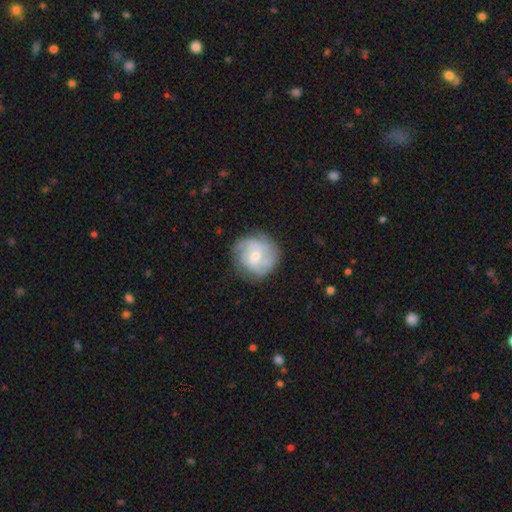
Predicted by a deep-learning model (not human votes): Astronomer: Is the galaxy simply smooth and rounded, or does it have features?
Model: featured or disk — 73%.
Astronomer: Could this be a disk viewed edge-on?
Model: no — 98%.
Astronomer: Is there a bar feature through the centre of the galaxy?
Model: no — 50% (runner-up: weak, 43%).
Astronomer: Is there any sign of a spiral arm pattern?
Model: yes — 92%.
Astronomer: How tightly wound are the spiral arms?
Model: tight — 53% (runner-up: medium, 36%).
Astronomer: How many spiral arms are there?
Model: can't tell — 30% (runner-up: 3, 29%).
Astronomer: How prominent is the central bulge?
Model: moderate — 49% (runner-up: small, 45%).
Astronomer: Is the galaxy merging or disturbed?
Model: none — 78%.